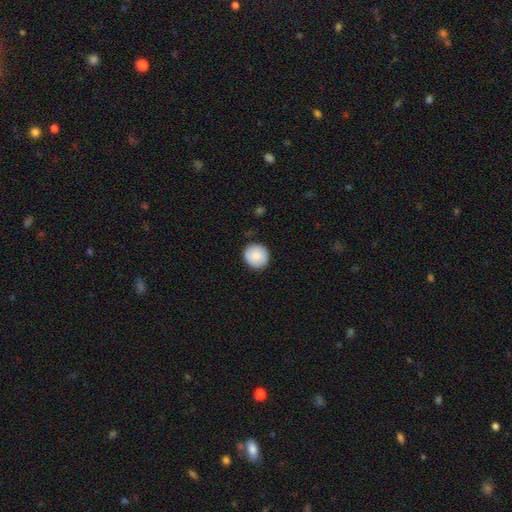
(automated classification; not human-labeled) Smooth or featured: smooth — 84% (featured or disk — 9%)
How rounded: round — 89% (in between — 10%)
Merging: none — 88% (minor disturbance — 9%)